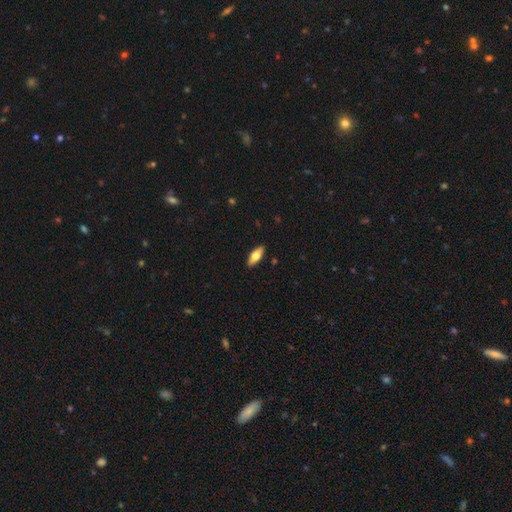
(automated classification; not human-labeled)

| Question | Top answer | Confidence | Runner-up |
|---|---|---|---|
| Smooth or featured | smooth | 67% | featured or disk (27%) |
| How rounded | in between | 77% | cigar-shaped (21%) |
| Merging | none | 90% | minor disturbance (8%) |